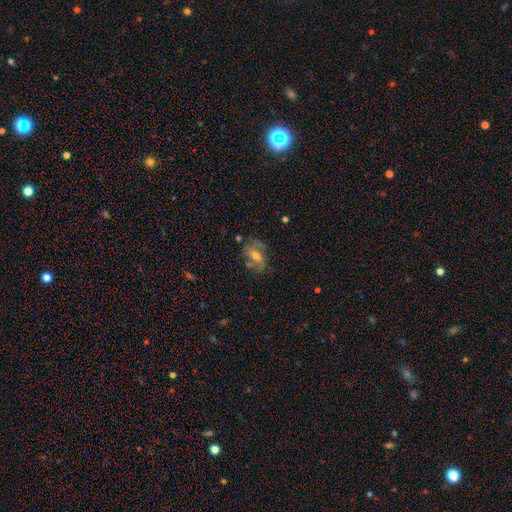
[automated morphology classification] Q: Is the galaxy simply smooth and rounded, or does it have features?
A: featured or disk — 57%.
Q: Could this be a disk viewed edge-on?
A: no — 93%.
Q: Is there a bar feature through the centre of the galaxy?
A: no — 43%.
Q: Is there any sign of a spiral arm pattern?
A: yes — 71%.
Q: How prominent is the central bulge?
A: moderate — 60%.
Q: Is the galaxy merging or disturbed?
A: none — 57%.